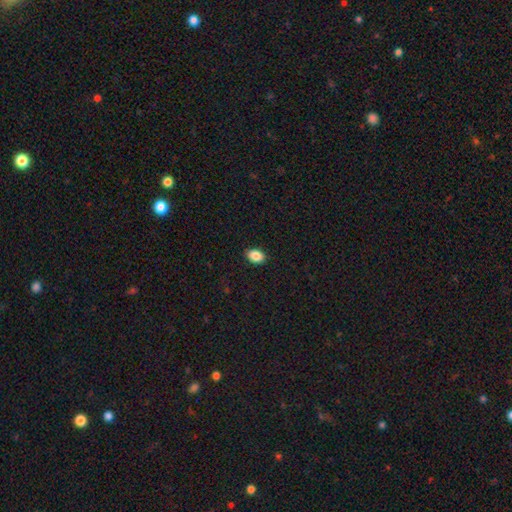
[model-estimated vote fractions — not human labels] This is clearly a smooth galaxy (87%). How rounded: clearly in between (80%). Merging: clearly none (90%).